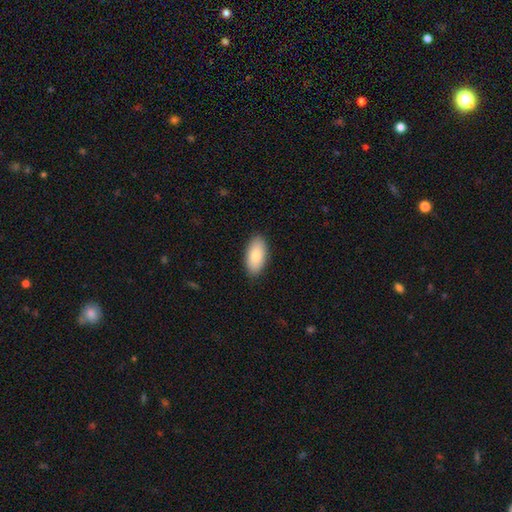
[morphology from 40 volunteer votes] A smooth galaxy with no disk features (92%) that is in between round and cigar-shaped (84%). Merging: none (85%).